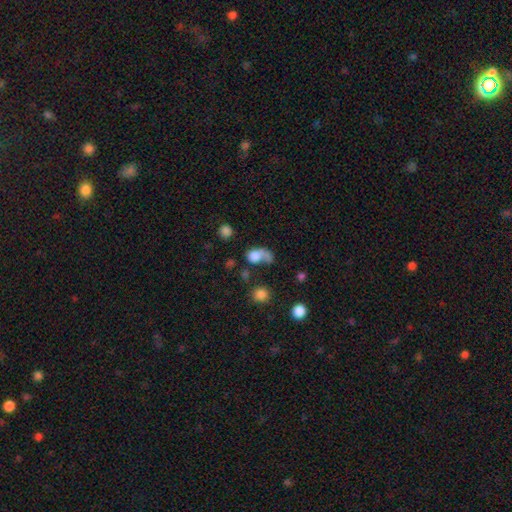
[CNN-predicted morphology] Smooth or featured? smooth (72%)
How rounded? in between (61%)
Merging? major disturbance (31%)